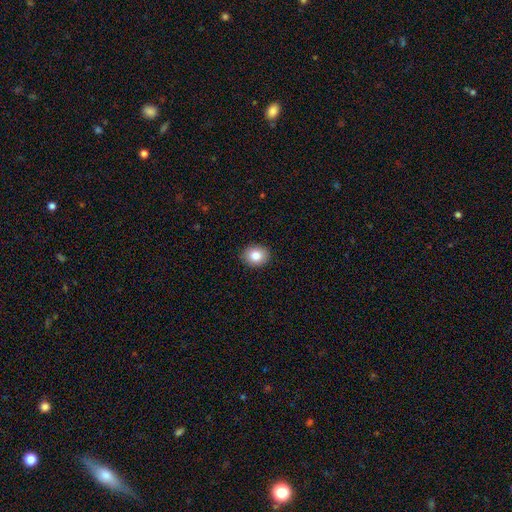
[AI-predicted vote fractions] This is clearly a smooth galaxy (84%). How rounded: possibly round (59%). Merging: clearly none (91%).